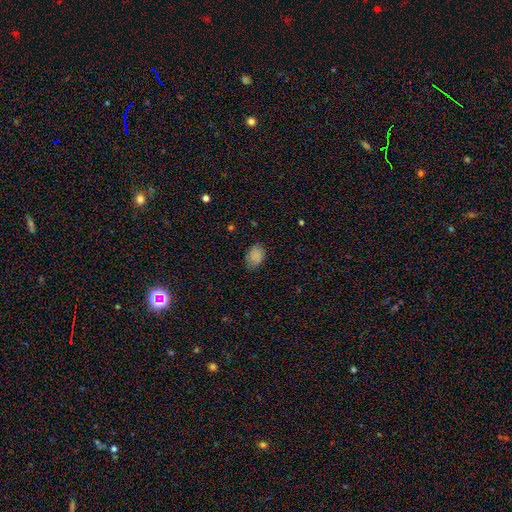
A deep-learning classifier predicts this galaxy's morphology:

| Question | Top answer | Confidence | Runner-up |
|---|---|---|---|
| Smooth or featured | smooth | 85% | star or artifact (10%) |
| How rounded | in between | 76% | round (23%) |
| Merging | none | 77% | minor disturbance (18%) |